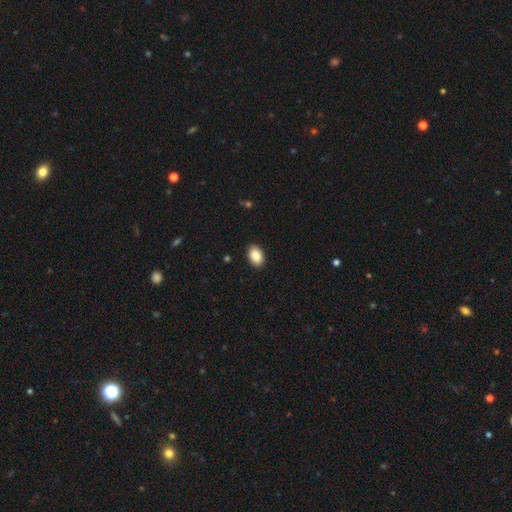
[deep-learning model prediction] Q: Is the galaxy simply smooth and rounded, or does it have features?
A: smooth — 87%.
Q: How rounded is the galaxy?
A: in between — 86%.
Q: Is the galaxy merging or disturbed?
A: none — 90%.